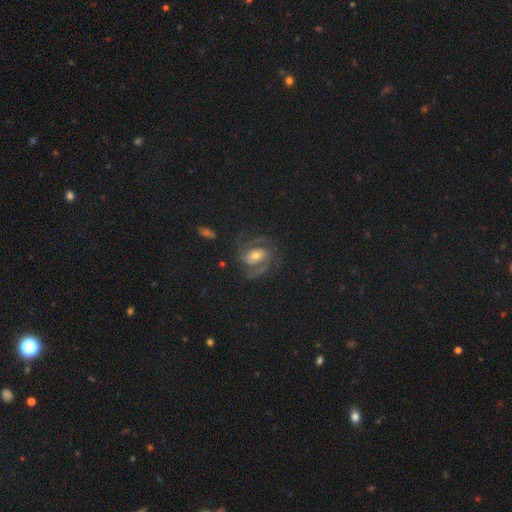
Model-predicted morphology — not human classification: smooth-or-featured: featured or disk: 79% | smooth: 11% | star or artifact: 10%
  disk-edge-on: no: 97% | yes: 3%
    bar: weak: 41% | no: 40% | strong: 19%
    has-spiral-arms: yes: 95% | no: 5%
      spiral-winding: medium: 51% | tight: 33% | loose: 16%
      spiral-arm-count: 2: 60% | 3: 17% | can't tell: 11% | 1: 4% | 4: 4% | more than 4: 4%
    bulge-size: moderate: 61% | small: 29% | large: 8% | none: 1% | dominant: 1%
  merging: none: 68% | minor disturbance: 17% | major disturbance: 13% | merger: 2%